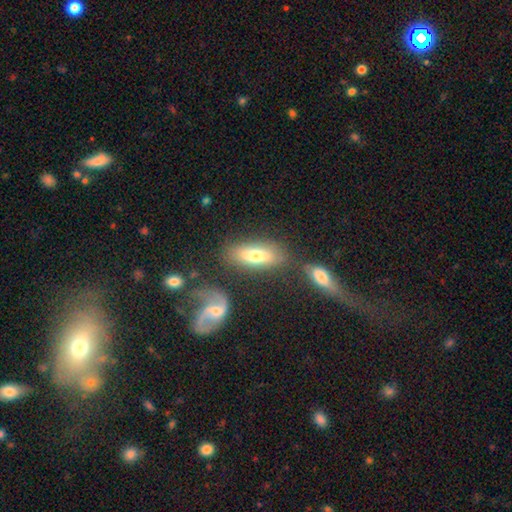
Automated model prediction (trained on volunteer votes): Smooth or featured? smooth (68%)
How rounded? in between (73%)
Merging? none (66%)